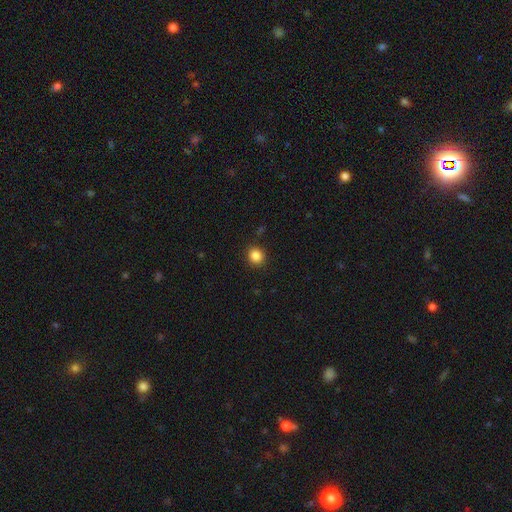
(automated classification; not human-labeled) Smooth or featured?
  - smooth: 85% *
  - star or artifact: 11%
  - featured or disk: 4%
How rounded?
  - round: 85% *
  - in between: 14%
  - cigar-shaped: 1%
Merging?
  - none: 90% *
  - minor disturbance: 6%
  - major disturbance: 2%
  - merger: 1%